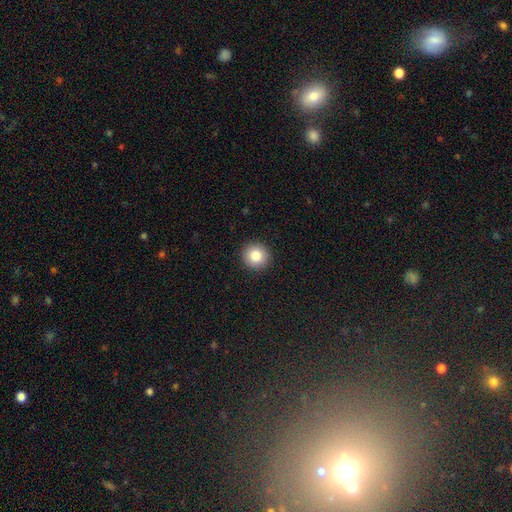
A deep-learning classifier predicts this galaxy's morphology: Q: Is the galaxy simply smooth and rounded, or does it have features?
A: smooth — 84%.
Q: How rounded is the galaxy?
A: round — 94%.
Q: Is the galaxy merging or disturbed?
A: none — 93%.